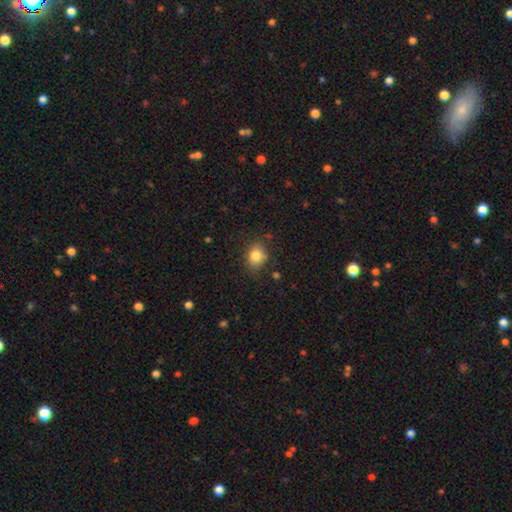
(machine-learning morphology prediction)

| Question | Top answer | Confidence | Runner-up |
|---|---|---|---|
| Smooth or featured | smooth | 83% | star or artifact (10%) |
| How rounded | round | 56% | in between (43%) |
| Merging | none | 78% | minor disturbance (16%) |